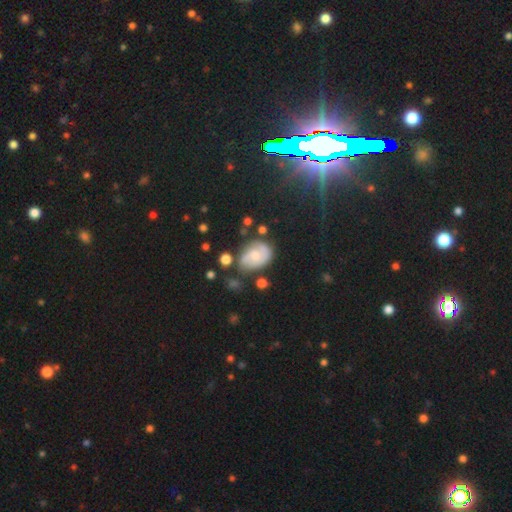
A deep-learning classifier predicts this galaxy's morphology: Overall: featured or disk (51%; smooth 40%). Edge-on disk: no (97%). Merging: none (55%; minor disturbance 27%).